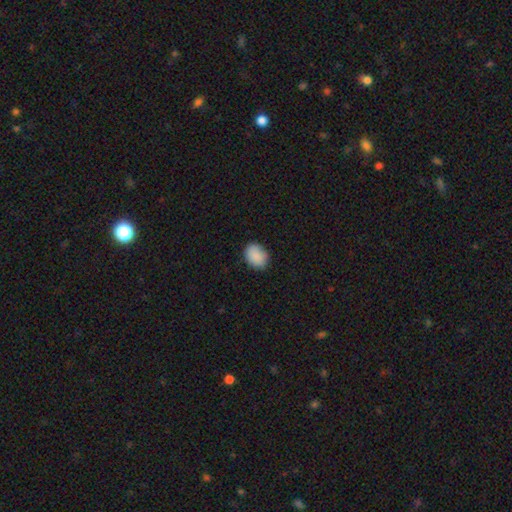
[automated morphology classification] Smooth or featured: smooth — 90% (star or artifact — 7%)
How rounded: in between — 67% (round — 33%)
Merging: none — 84% (minor disturbance — 12%)